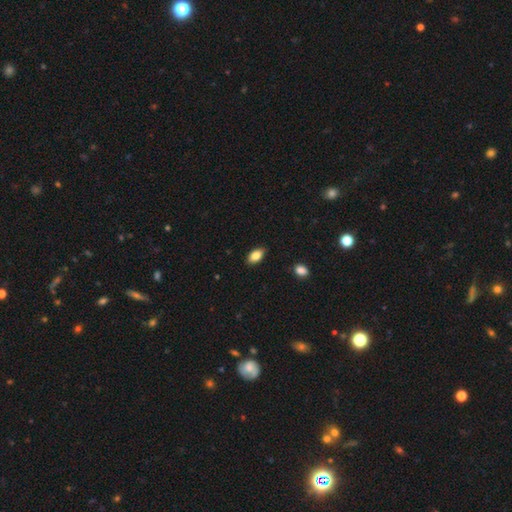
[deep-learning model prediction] This appears to be a smooth galaxy with no disk features (84%) that is in between round and cigar-shaped (91%). Merging: none (87%).